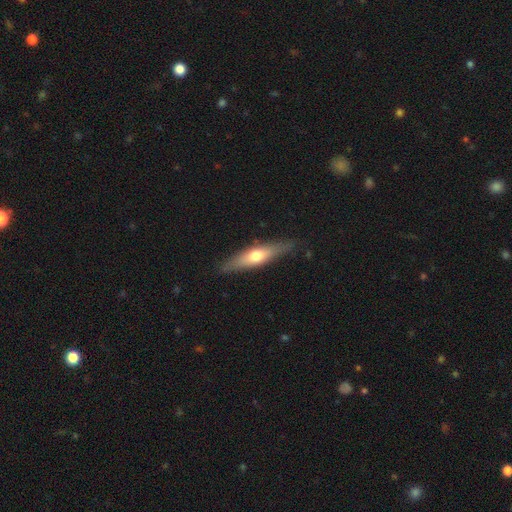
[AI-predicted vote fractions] A smooth galaxy with no disk features (50%).

Vote fractions:
- Smooth or featured? smooth: 50% / featured or disk: 45% / star or artifact: 5%
- Merging? none: 84% / minor disturbance: 12% / major disturbance: 3% / merger: 1%